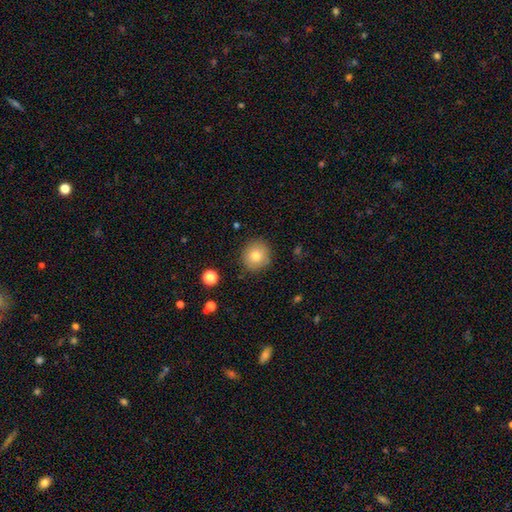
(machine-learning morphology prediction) A smooth galaxy with no disk features (79%) that is round (90%).

Vote fractions:
- Smooth or featured? smooth: 79% / featured or disk: 11% / star or artifact: 10%
- How rounded? round: 90% / in between: 9% / cigar-shaped: 1%
- Merging? none: 87% / minor disturbance: 9% / major disturbance: 2% / merger: 2%